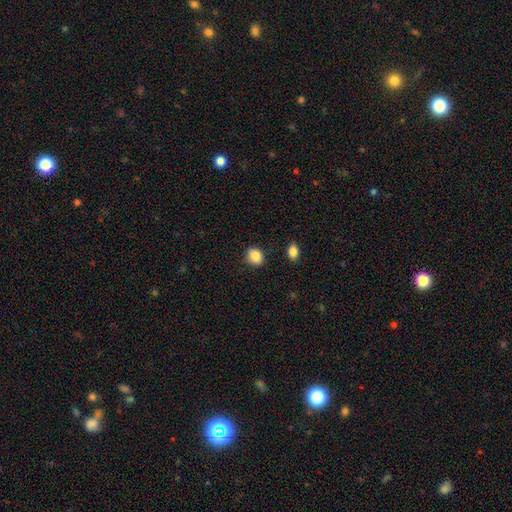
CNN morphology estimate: Q: Smooth or featured?
A: smooth (88%); runner-up: star or artifact (8%)
Q: How rounded?
A: round (53%); runner-up: in between (46%)
Q: Merging?
A: none (86%); runner-up: minor disturbance (9%)